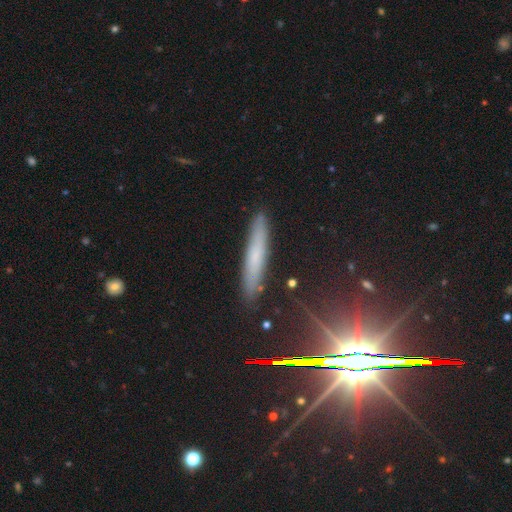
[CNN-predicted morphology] A smooth galaxy with no disk features (55%) that is cigar-shaped (93%). Merging: none (88%).